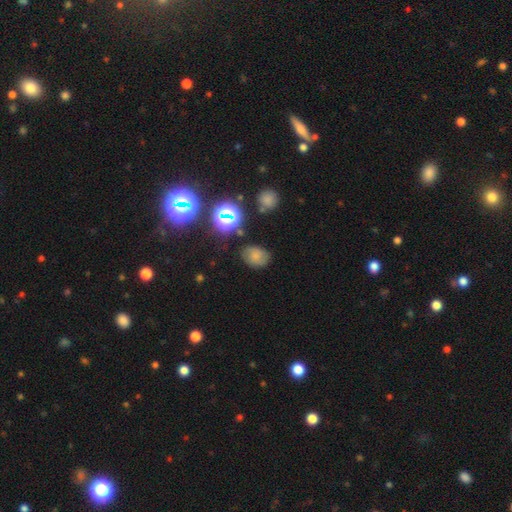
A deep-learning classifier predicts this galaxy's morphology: This is likely a smooth galaxy (64%). How rounded: likely in between (62%). Merging: likely none (73%).